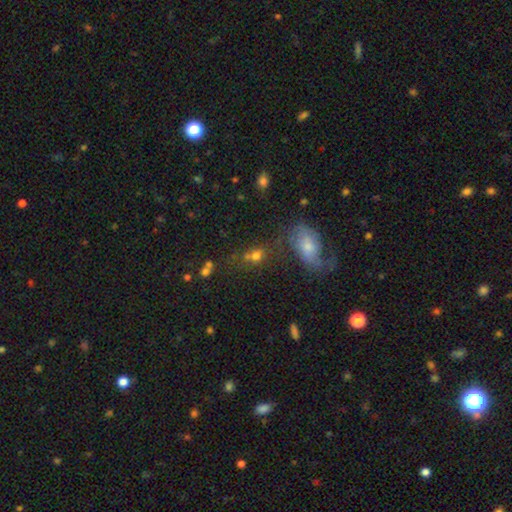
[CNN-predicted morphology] A smooth galaxy with no disk features (67%) that is round (52%). Merging: none (49%).